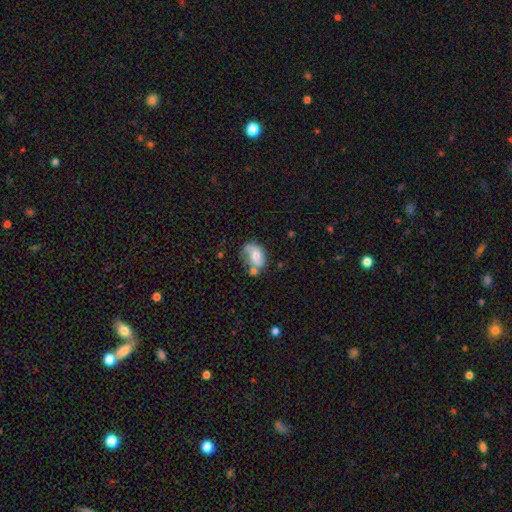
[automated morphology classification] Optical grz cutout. It shows a smooth galaxy with no disk features (55%) that is in between round and cigar-shaped (80%). Merging: none (43%).